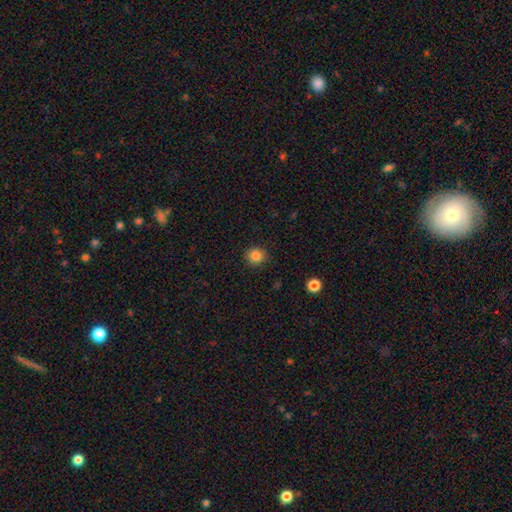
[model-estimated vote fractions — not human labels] A smooth galaxy with no disk features (85%) that is round (92%).

Vote fractions:
- Smooth or featured? smooth: 85% / star or artifact: 11% / featured or disk: 4%
- How rounded? round: 92% / in between: 7% / cigar-shaped: 1%
- Merging? none: 91% / minor disturbance: 6% / major disturbance: 2% / merger: 1%